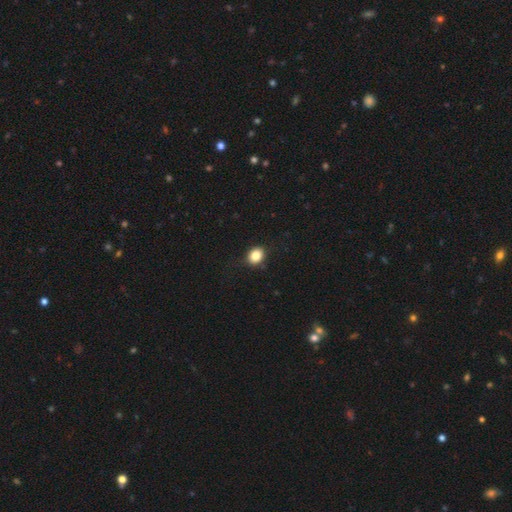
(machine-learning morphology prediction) Smooth or featured? Predicted: smooth (p=0.84). How rounded? Predicted: round (p=0.54). Merging? Predicted: none (p=0.84).